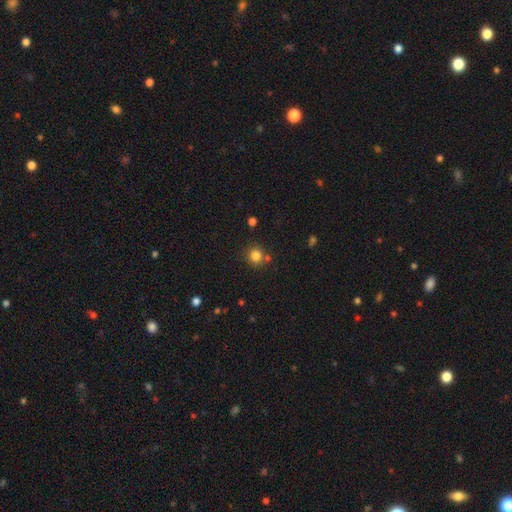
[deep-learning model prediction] Smooth or featured: smooth — 82% (star or artifact — 12%)
How rounded: round — 89% (in between — 10%)
Merging: none — 75% (merger — 11%)